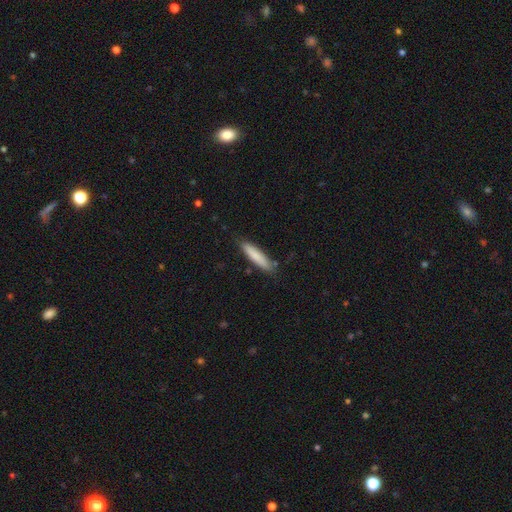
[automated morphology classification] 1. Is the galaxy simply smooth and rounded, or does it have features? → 81% smooth, 13% featured or disk, 6% star or artifact.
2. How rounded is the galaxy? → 83% cigar-shaped, 16% in between, 1% round.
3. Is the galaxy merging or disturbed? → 83% none, 13% minor disturbance, 2% major disturbance, 2% merger.